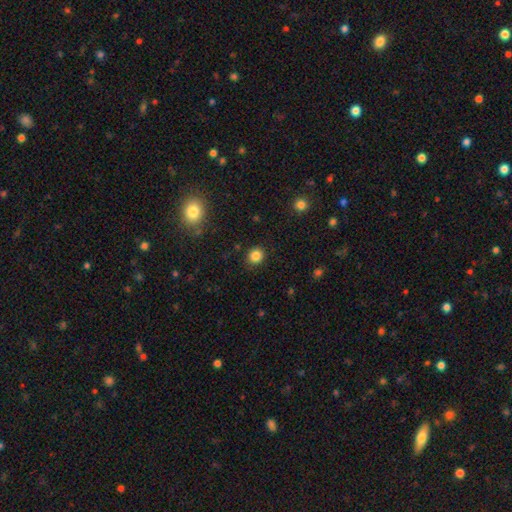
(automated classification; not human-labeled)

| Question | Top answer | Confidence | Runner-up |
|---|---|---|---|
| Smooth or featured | smooth | 84% | star or artifact (12%) |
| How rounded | round | 82% | in between (17%) |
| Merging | none | 88% | minor disturbance (8%) |